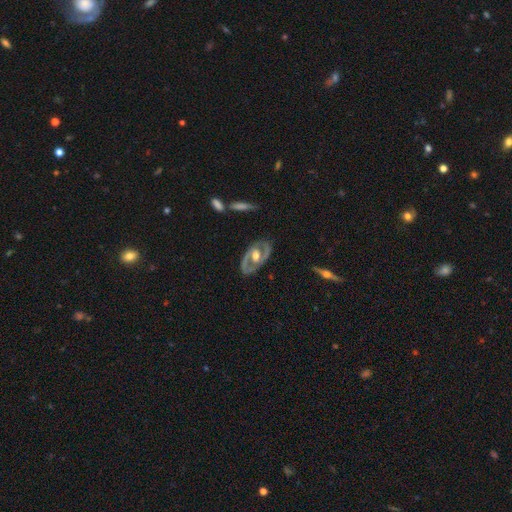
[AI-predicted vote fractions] Morphology: type=featured or disk (81%); edge-on=no (92%); bar=no (46%); spiral arms=yes (76%); winding=medium (50%); arm count=2 (85%); bulge=moderate (70%); merging=none (80%).